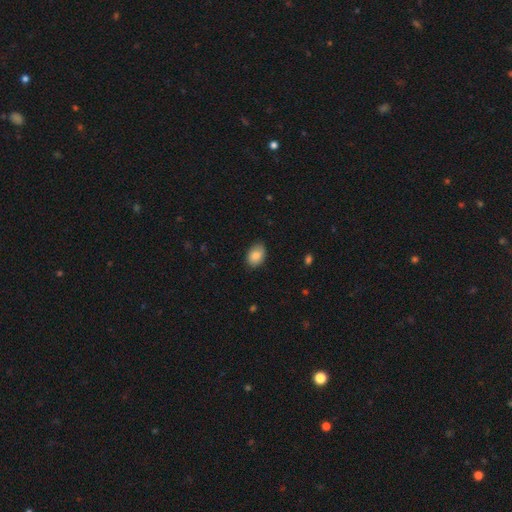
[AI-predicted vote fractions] A smooth galaxy with no disk features (85%) that is in between round and cigar-shaped (83%).

Vote fractions:
- Smooth or featured? smooth: 85% / featured or disk: 8% / star or artifact: 7%
- How rounded? in between: 83% / round: 16% / cigar-shaped: 1%
- Merging? none: 84% / minor disturbance: 13% / major disturbance: 2% / merger: 1%